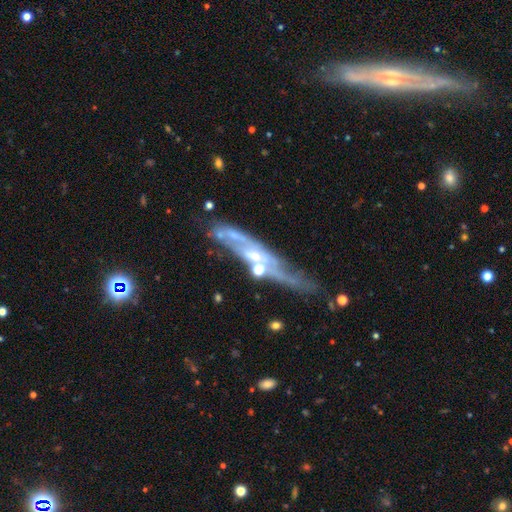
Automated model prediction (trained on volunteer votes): featured or disk 77%, smooth 14%, star or artifact 9%. Down the decision tree: edge-on disk — yes (52%); merging — none (52%).